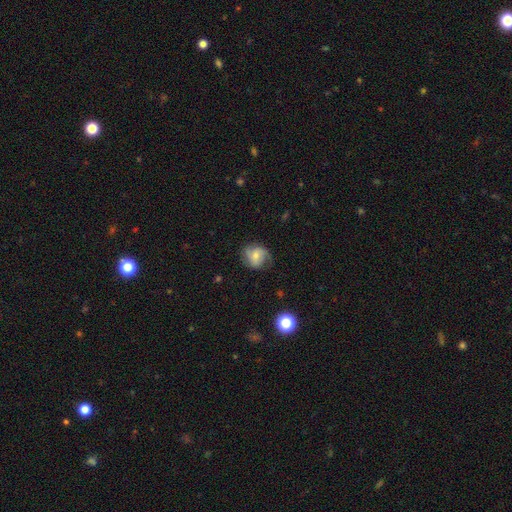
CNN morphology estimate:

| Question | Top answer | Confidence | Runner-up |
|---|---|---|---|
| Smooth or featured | smooth | 46% | featured or disk (45%) |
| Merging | none | 67% | minor disturbance (23%) |